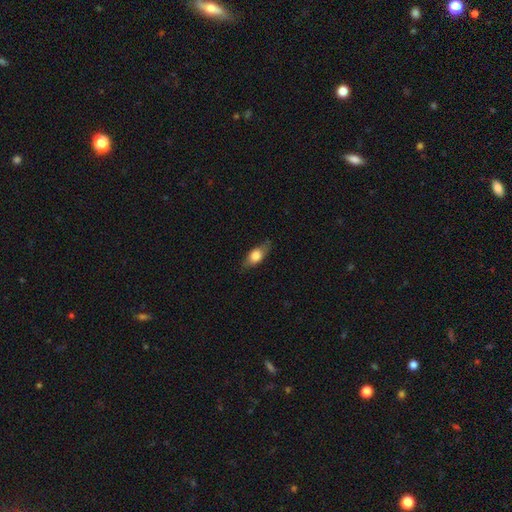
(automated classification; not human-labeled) Smooth or featured? smooth (67%)
How rounded? in between (76%)
Merging? none (74%)